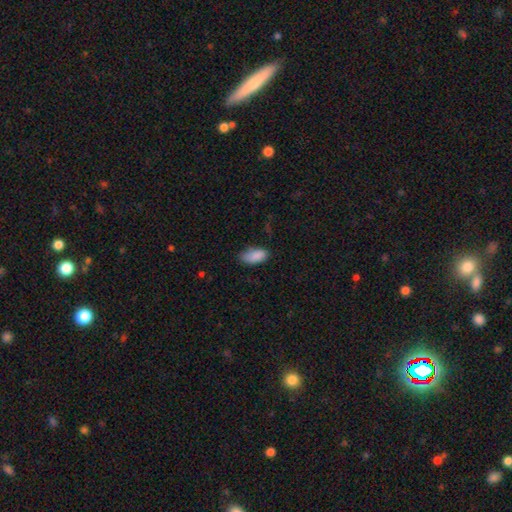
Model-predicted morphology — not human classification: Smooth or featured? Predicted: smooth (p=0.88). How rounded? Predicted: in between (p=0.93). Merging? Predicted: none (p=0.64).